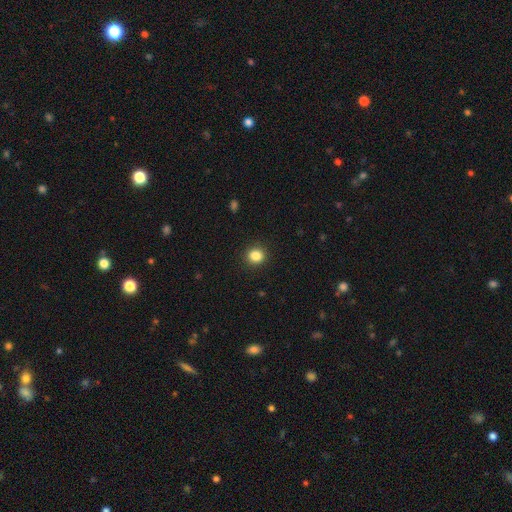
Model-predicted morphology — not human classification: This is clearly a smooth galaxy (85%). How rounded: clearly round (83%). Merging: clearly none (91%).